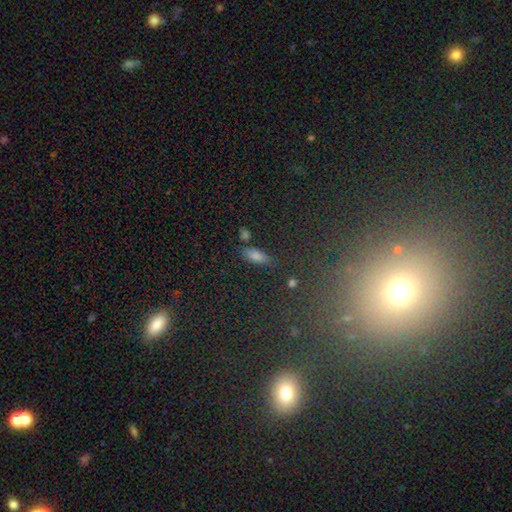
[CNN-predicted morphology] Smooth or featured?
  - smooth: 75% *
  - star or artifact: 15%
  - featured or disk: 10%
How rounded?
  - in between: 76% *
  - cigar-shaped: 21%
  - round: 4%
Merging?
  - none: 78% *
  - minor disturbance: 13%
  - merger: 5%
  - major disturbance: 4%